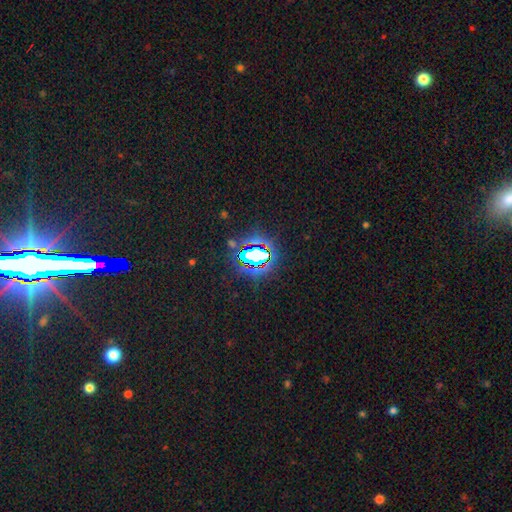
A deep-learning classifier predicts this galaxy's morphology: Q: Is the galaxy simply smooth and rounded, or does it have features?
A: star or artifact — 72%.